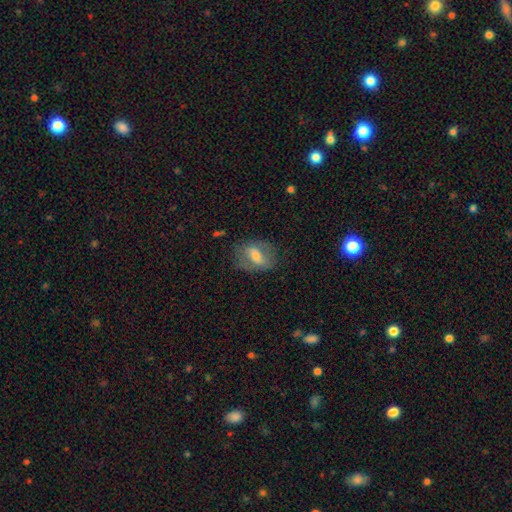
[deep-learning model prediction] Smooth or featured: smooth — 49% (featured or disk — 43%)
Merging: none — 67% (minor disturbance — 20%)